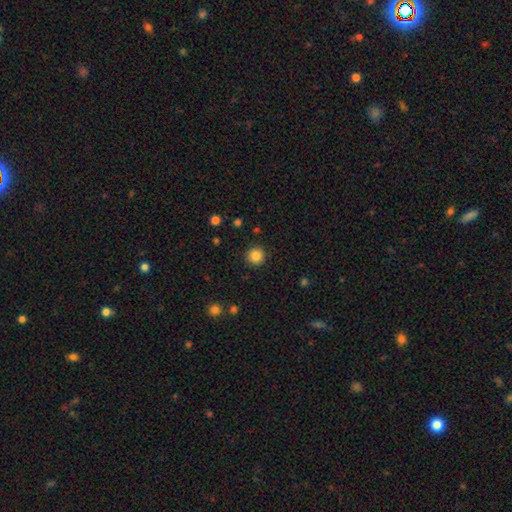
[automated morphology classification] smooth_or_featured: smooth (p=0.84) [alt: star or artifact p=0.11]
how_rounded: round (p=0.95) [alt: in between p=0.04]
merging: none (p=0.91) [alt: minor disturbance p=0.05]